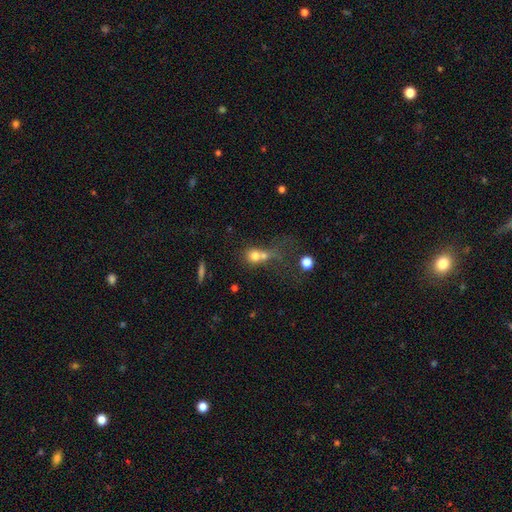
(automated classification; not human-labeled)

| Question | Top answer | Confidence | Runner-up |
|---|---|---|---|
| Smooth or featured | smooth | 71% | featured or disk (16%) |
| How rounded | round | 73% | in between (24%) |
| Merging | merger | 57% | none (25%) |